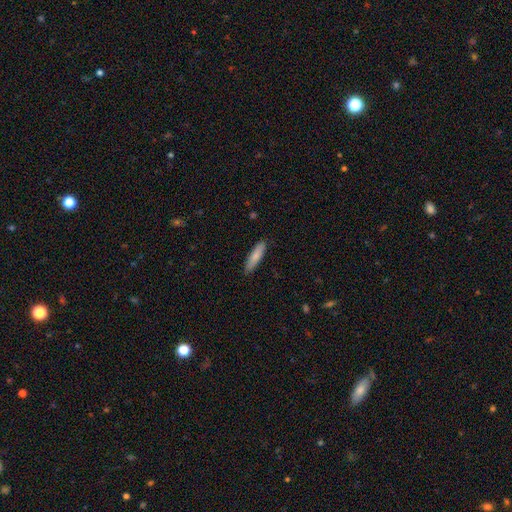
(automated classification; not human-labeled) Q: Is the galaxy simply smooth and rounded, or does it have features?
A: smooth — 81%.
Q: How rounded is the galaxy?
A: cigar-shaped — 75%.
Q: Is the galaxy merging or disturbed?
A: none — 88%.